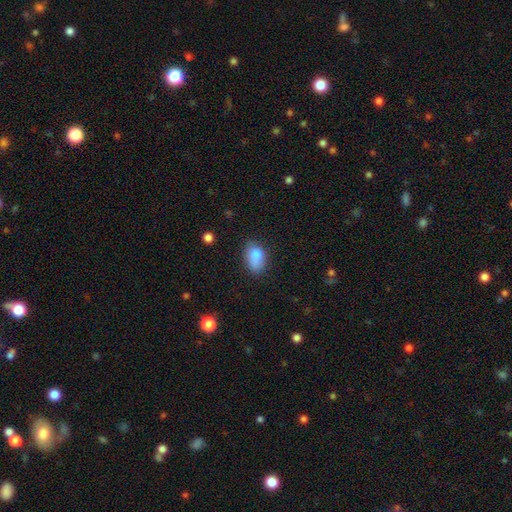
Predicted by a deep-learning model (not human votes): smooth 79%, featured or disk 11%, star or artifact 9%. Down the decision tree: how rounded — in between (86%); merging — none (50%).